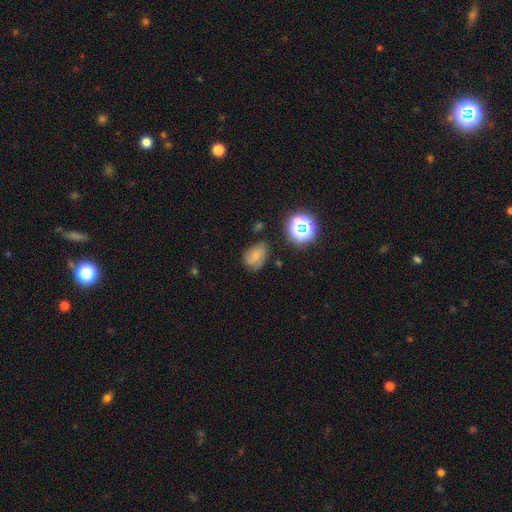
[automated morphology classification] smooth 52%, featured or disk 30%, star or artifact 18%. Down the decision tree: how rounded — in between (73%); merging — none (62%).